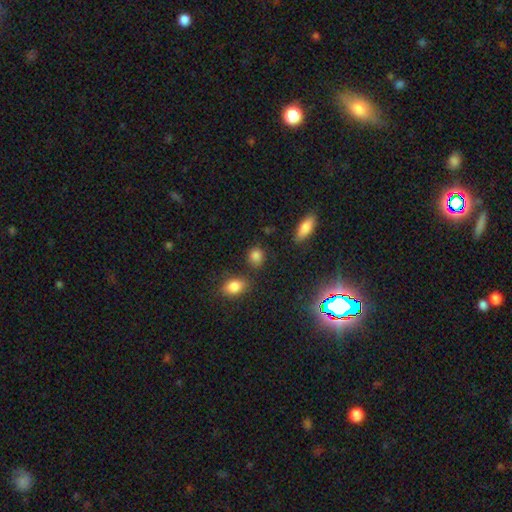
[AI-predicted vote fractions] Smooth or featured? Predicted: smooth (p=0.83). How rounded? Predicted: round (p=0.58). Merging? Predicted: none (p=0.76).